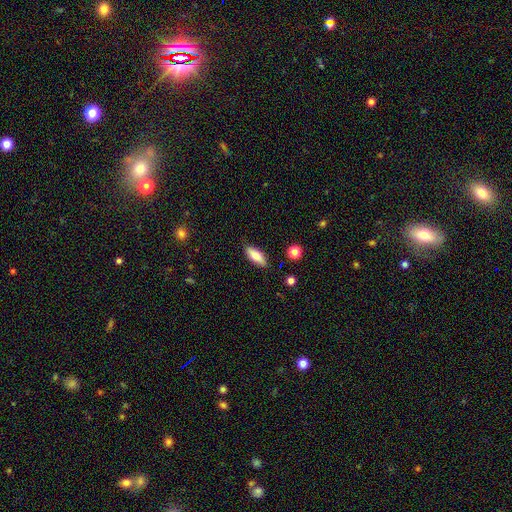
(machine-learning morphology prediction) The model was most divided on "how rounded": in between: 71%, cigar-shaped: 27%, round: 2%. More confident: merging — none (85%); smooth or featured — smooth (76%).